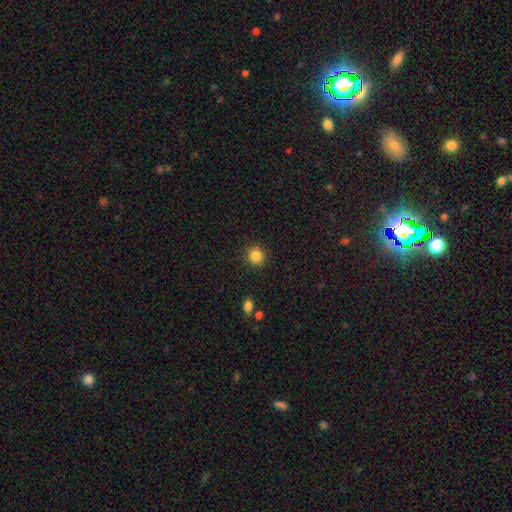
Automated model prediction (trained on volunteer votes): A smooth galaxy with no disk features (85%) that is round (89%).

Vote fractions:
- Smooth or featured? smooth: 85% / star or artifact: 11% / featured or disk: 4%
- How rounded? round: 89% / in between: 10% / cigar-shaped: 1%
- Merging? none: 91% / minor disturbance: 6% / major disturbance: 2% / merger: 1%